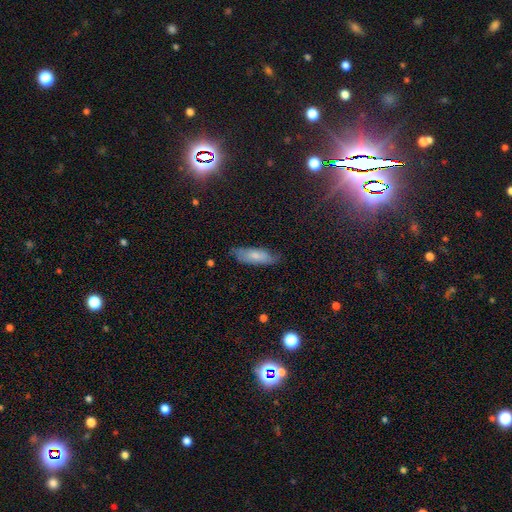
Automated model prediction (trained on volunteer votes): smooth-or-featured: smooth: 67% | featured or disk: 26% | star or artifact: 8%
  how-rounded: in between: 57% | cigar-shaped: 41% | round: 2%
  merging: none: 74% | minor disturbance: 21% | major disturbance: 4% | merger: 1%